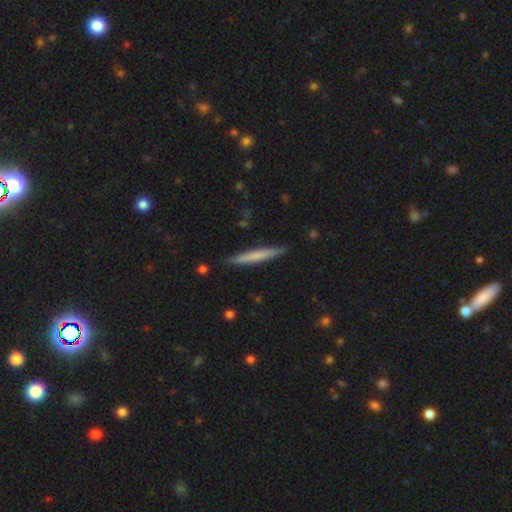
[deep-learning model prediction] Smooth or featured: smooth — 62% (featured or disk — 33%)
How rounded: cigar-shaped — 96% (in between — 3%)
Merging: none — 89% (minor disturbance — 8%)